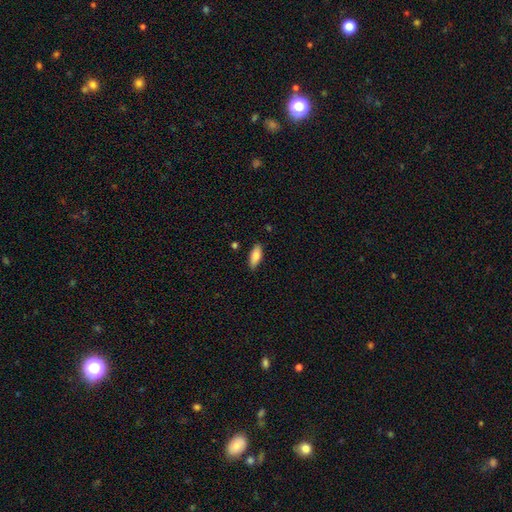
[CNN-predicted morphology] Smooth or featured?
  - smooth: 81% *
  - featured or disk: 12%
  - star or artifact: 6%
How rounded?
  - in between: 76% *
  - cigar-shaped: 22%
  - round: 2%
Merging?
  - none: 83% *
  - minor disturbance: 13%
  - major disturbance: 2%
  - merger: 2%